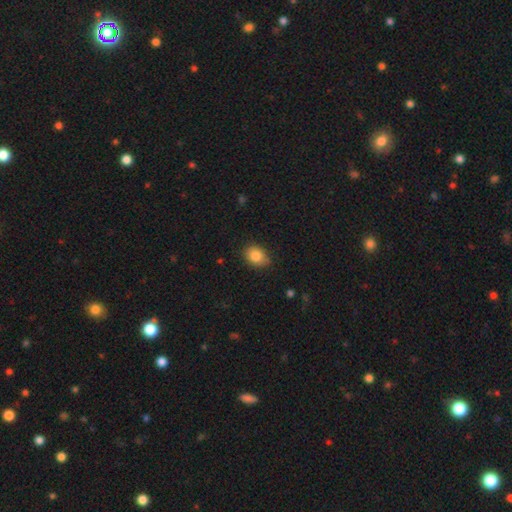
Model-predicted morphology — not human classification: smooth-or-featured: smooth: 84% | star or artifact: 9% | featured or disk: 8%
  how-rounded: in between: 65% | round: 34% | cigar-shaped: 1%
  merging: none: 75% | minor disturbance: 21% | major disturbance: 3% | merger: 1%